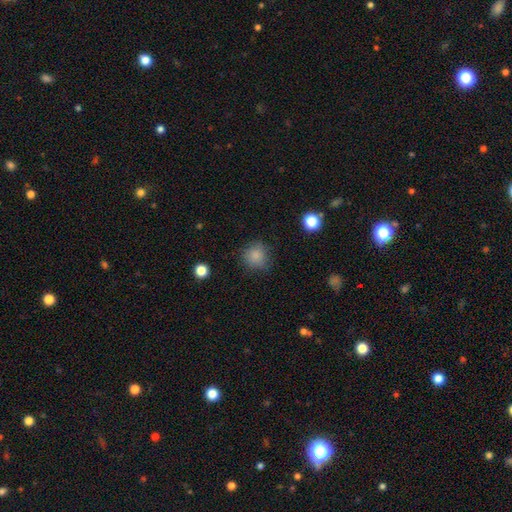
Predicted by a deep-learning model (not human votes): This appears to be a smooth galaxy with no disk features (83%) that is round (89%). Merging: none (79%).